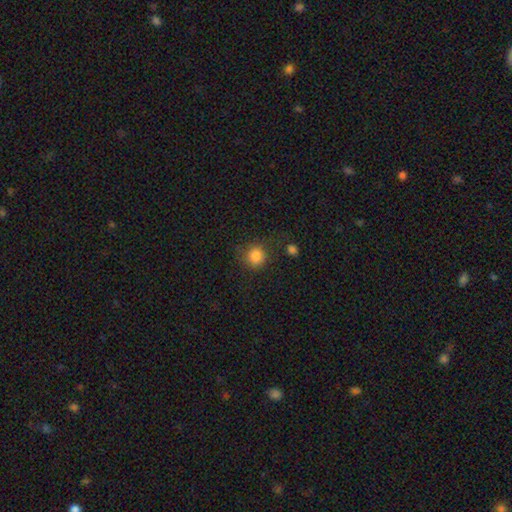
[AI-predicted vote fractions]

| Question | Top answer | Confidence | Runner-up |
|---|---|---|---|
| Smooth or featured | smooth | 84% | star or artifact (11%) |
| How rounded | round | 87% | in between (12%) |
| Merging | none | 74% | minor disturbance (15%) |